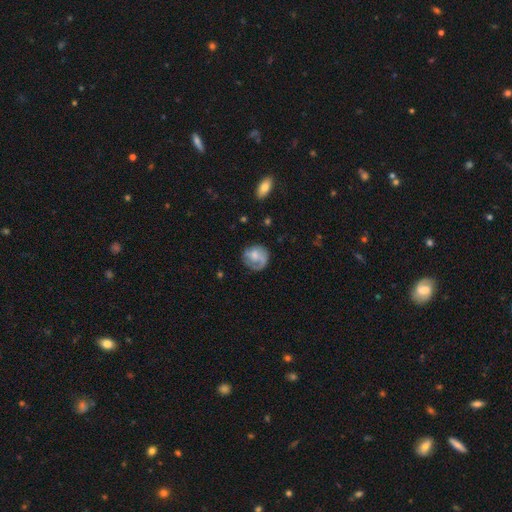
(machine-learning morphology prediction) smooth-or-featured: featured or disk: 47% | smooth: 46% | star or artifact: 7%
  merging: none: 62% | minor disturbance: 23% | major disturbance: 13% | merger: 2%